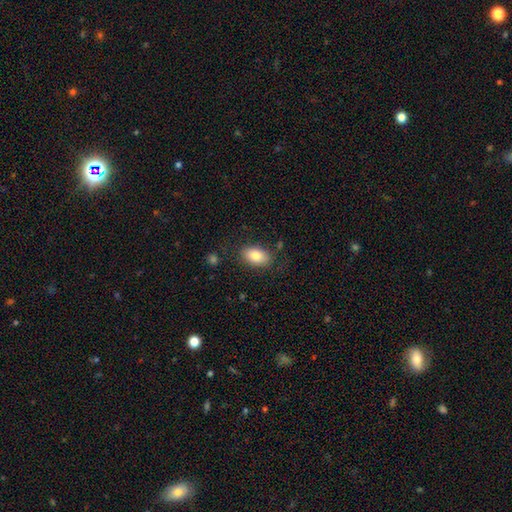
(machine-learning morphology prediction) Overall: smooth (83%). How rounded: in between (91%). Merging: none (82%).